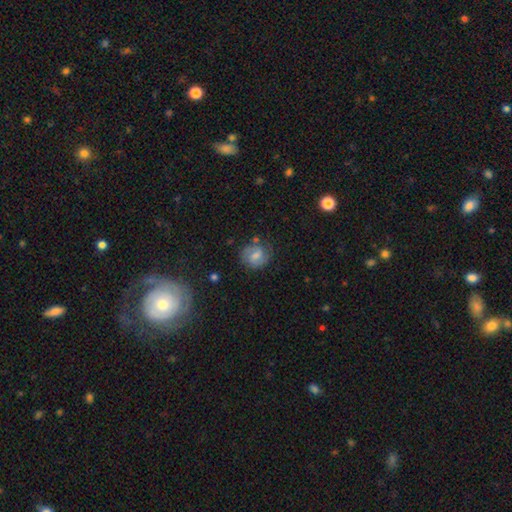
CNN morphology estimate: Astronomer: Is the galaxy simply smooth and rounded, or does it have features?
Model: featured or disk — 45%, tied with smooth at 45%.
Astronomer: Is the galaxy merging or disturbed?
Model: none — 69%.